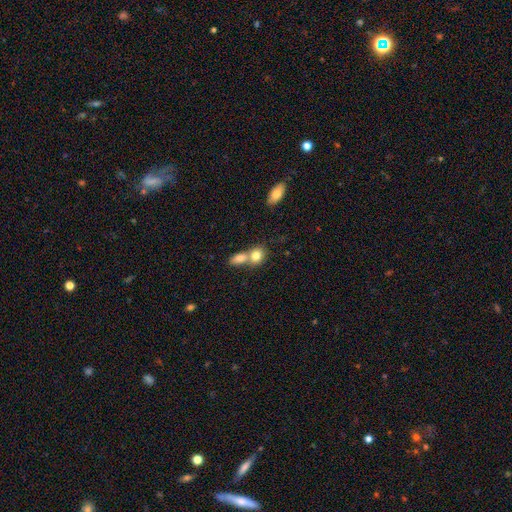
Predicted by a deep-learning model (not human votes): Smooth or featured?
  - smooth: 81% *
  - featured or disk: 11%
  - star or artifact: 8%
How rounded?
  - round: 49% *
  - in between: 48%
  - cigar-shaped: 3%
Merging?
  - merger: 60% *
  - none: 30%
  - minor disturbance: 7%
  - major disturbance: 3%